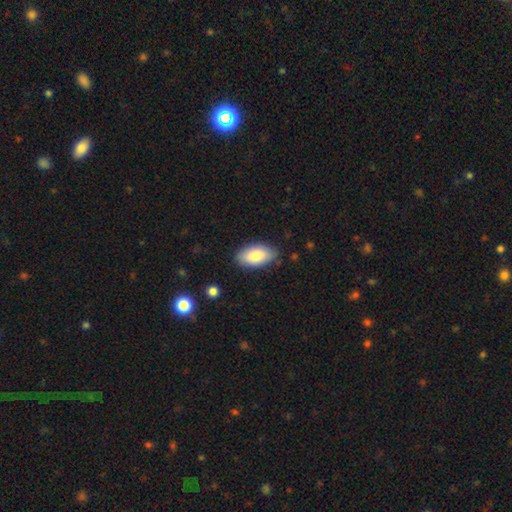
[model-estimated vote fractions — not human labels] Overall: smooth (83%). How rounded: in between (94%). Merging: none (82%).